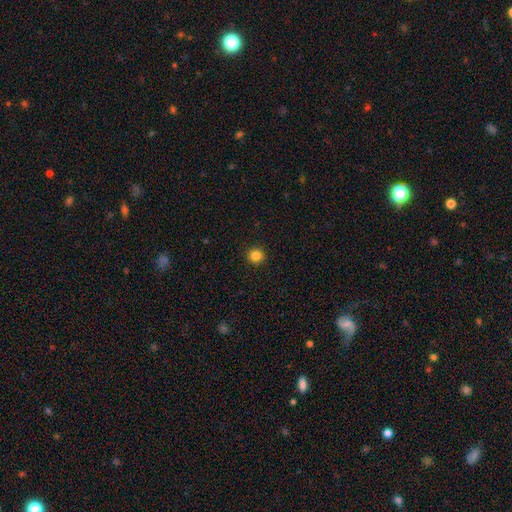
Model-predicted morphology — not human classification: A smooth galaxy with no disk features (84%) that is round (93%).

Vote fractions:
- Smooth or featured? smooth: 84% / star or artifact: 12% / featured or disk: 4%
- How rounded? round: 93% / in between: 6% / cigar-shaped: 1%
- Merging? none: 93% / minor disturbance: 5% / major disturbance: 2% / merger: 1%